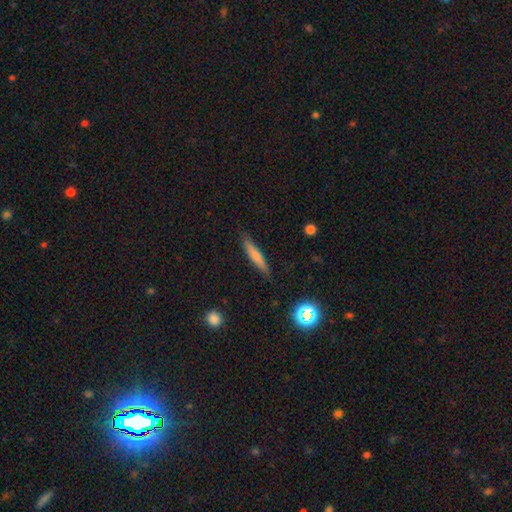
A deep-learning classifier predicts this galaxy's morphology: smooth 69%, featured or disk 24%, star or artifact 8%. Down the decision tree: how rounded — cigar-shaped (90%); merging — none (87%).